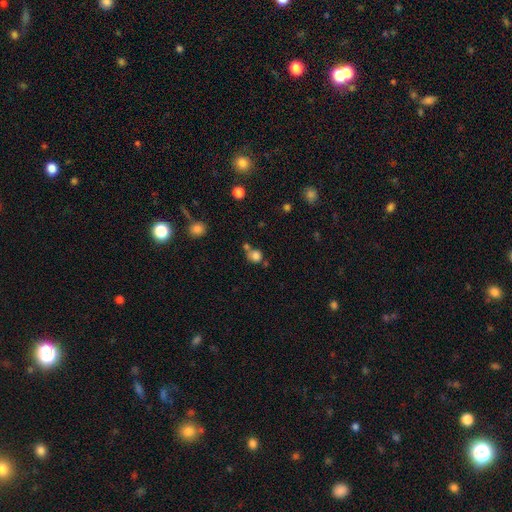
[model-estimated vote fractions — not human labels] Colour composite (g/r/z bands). It shows a smooth galaxy with no disk features (79%) that is round (83%). Merging: none (52%).